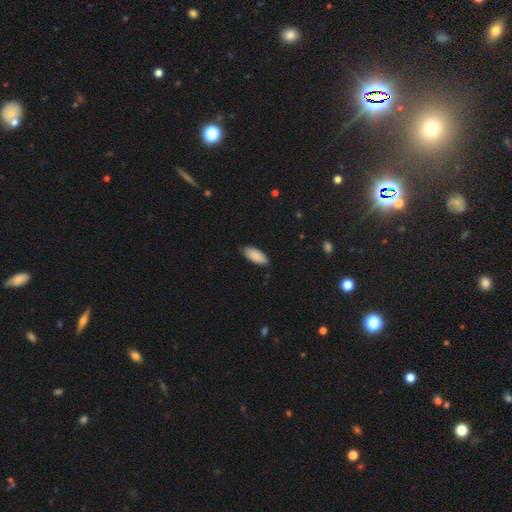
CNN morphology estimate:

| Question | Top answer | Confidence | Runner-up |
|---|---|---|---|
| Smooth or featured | smooth | 89% | star or artifact (6%) |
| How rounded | in between | 86% | cigar-shaped (12%) |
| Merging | none | 82% | minor disturbance (15%) |